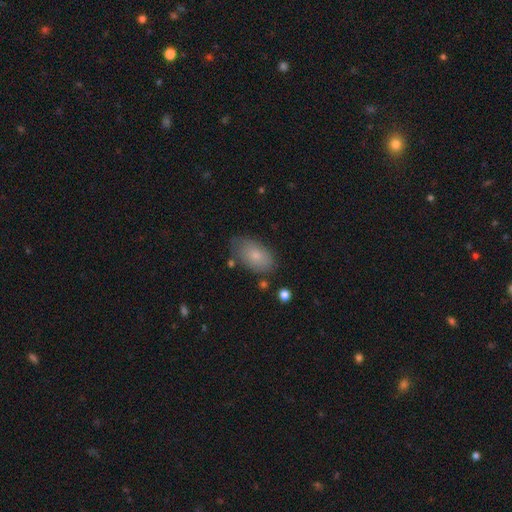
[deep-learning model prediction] Q: Smooth or featured?
A: smooth (78%); runner-up: featured or disk (15%)
Q: How rounded?
A: in between (93%); runner-up: round (5%)
Q: Merging?
A: none (74%); runner-up: minor disturbance (19%)